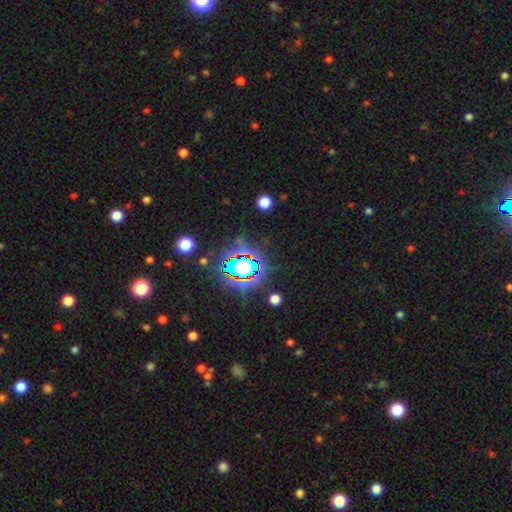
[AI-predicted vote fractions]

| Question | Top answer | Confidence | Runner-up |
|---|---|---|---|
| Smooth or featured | star or artifact | 81% | smooth (11%) |